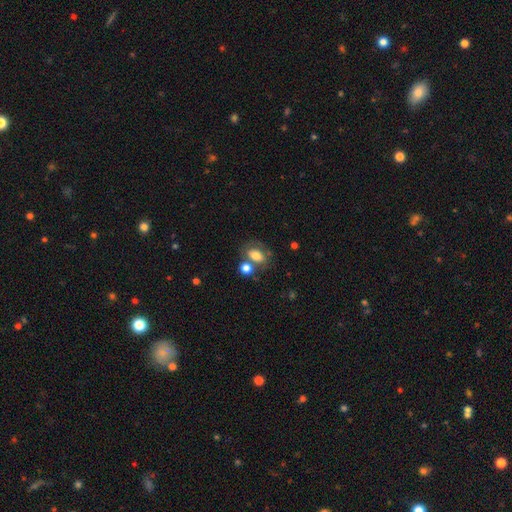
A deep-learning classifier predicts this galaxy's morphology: smooth 73%, featured or disk 17%, star or artifact 10%. Down the decision tree: how rounded — in between (80%); merging — none (49%).